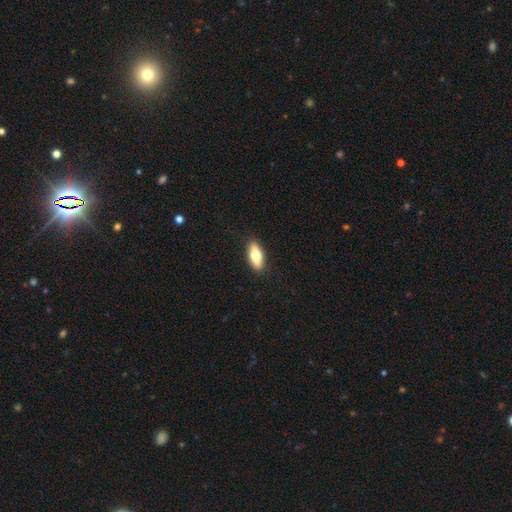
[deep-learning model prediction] Smooth or featured? smooth (71%)
How rounded? in between (75%)
Merging? none (90%)